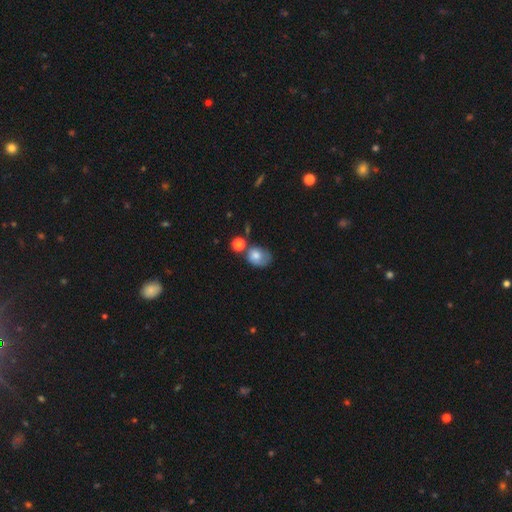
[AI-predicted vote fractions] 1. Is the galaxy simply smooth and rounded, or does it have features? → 75% smooth, 16% featured or disk, 10% star or artifact.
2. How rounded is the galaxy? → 56% in between, 43% round, 1% cigar-shaped.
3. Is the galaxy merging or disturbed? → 38% none, 27% minor disturbance, 21% merger, 15% major disturbance.